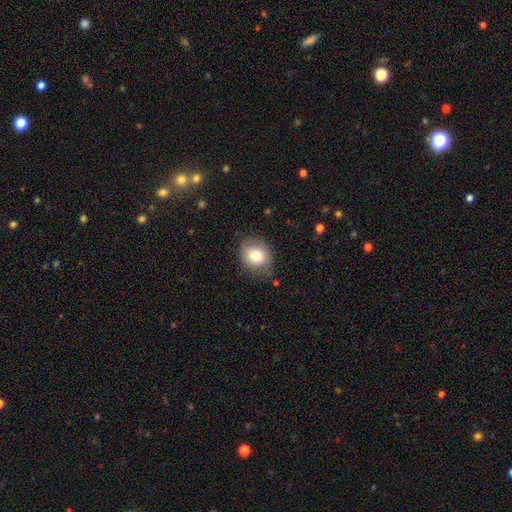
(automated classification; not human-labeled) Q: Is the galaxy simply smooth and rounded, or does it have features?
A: smooth — 78%.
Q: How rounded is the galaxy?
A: round — 63%.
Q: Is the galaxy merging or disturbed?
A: none — 78%.